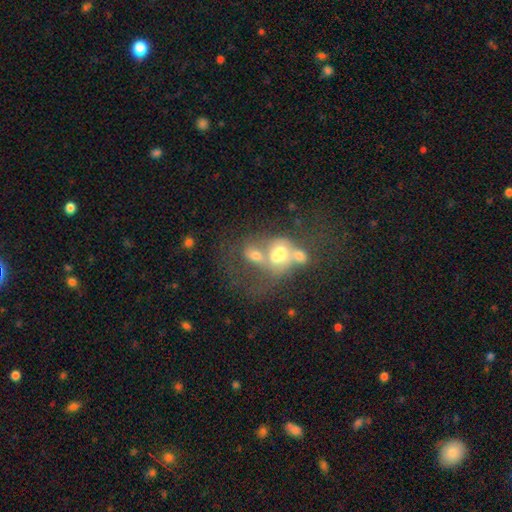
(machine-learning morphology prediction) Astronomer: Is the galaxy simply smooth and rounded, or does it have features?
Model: featured or disk — 44% (runner-up: smooth, 43%).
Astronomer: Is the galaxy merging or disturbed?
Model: merger — 69%.